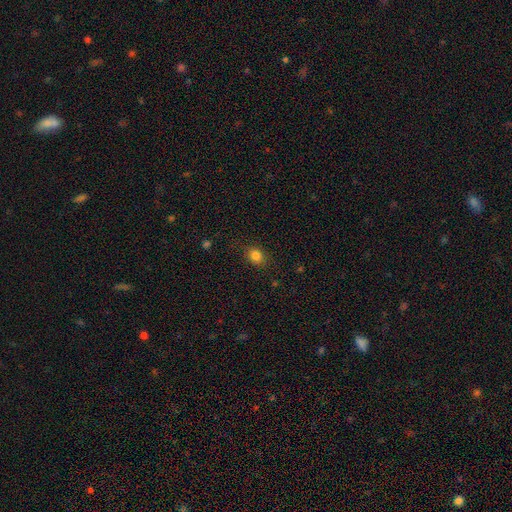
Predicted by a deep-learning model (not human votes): Morphology: type=smooth (83%); roundness=round (56%); merging=none (85%).